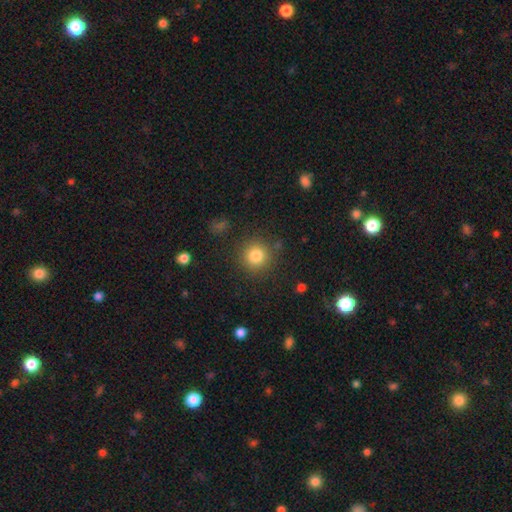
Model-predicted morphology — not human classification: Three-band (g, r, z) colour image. It shows a smooth galaxy with no disk features (83%) that is round (93%). Merging: none (87%).